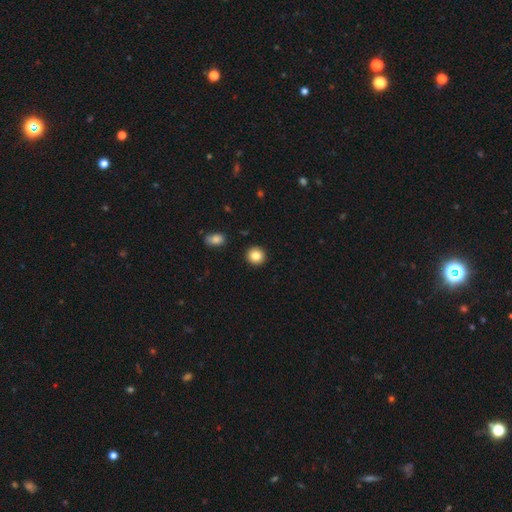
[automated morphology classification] type=smooth (85%); roundness=round (91%); merging=none (92%).